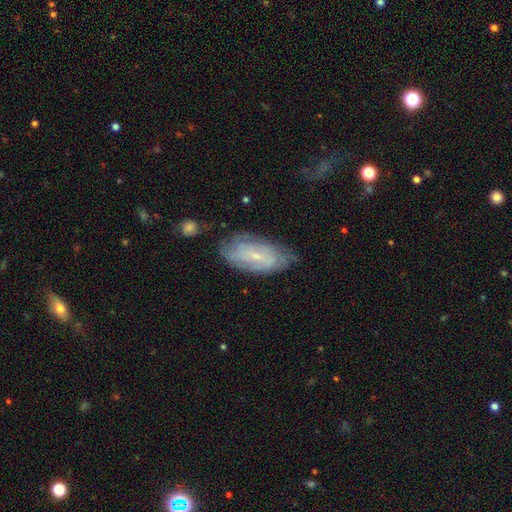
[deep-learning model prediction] Morphology: type=featured or disk (63%); edge-on=no (92%); bar=weak (47%); spiral arms=yes (81%); bulge=small (74%); merging=none (65%).